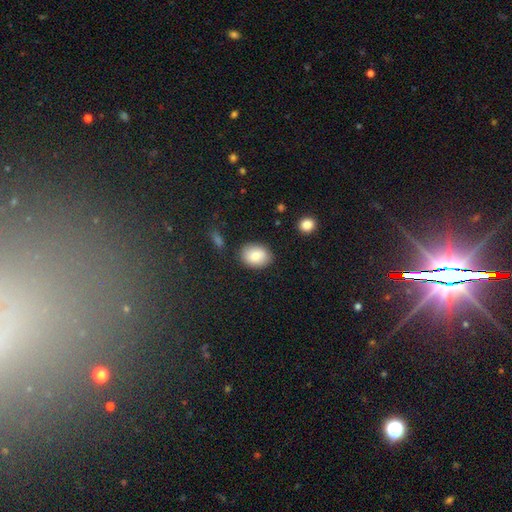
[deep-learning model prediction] smooth_or_featured: smooth (p=0.79) [alt: featured or disk p=0.13]
how_rounded: in between (p=0.63) [alt: round p=0.36]
merging: none (p=0.84) [alt: minor disturbance p=0.11]